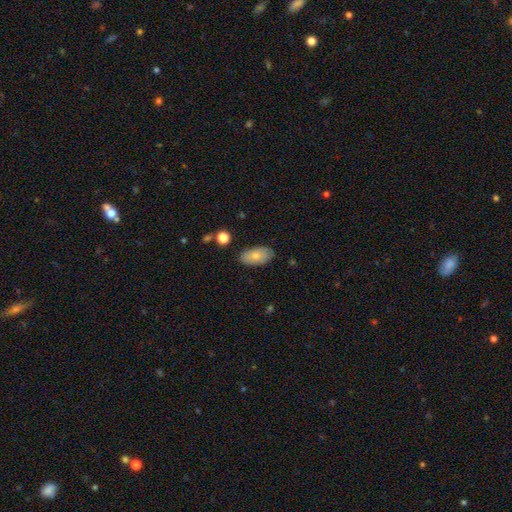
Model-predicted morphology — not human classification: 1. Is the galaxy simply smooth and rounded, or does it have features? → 74% smooth, 20% featured or disk, 6% star or artifact.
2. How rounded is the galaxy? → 93% in between, 4% round, 3% cigar-shaped.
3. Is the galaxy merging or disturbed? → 81% none, 14% minor disturbance, 3% major disturbance, 2% merger.